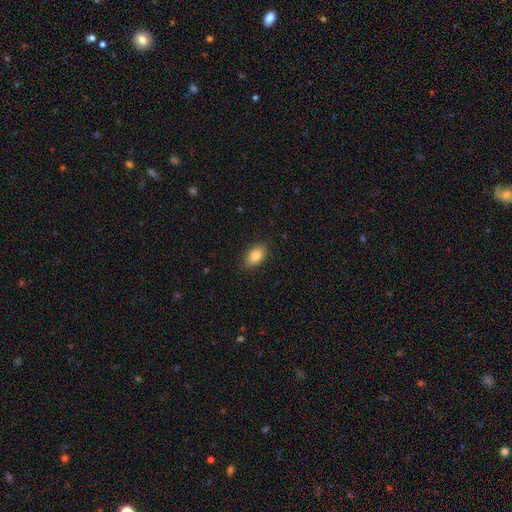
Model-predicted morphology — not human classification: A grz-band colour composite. It shows a smooth galaxy with no disk features (85%) that is in between round and cigar-shaped (89%). Merging: none (84%).